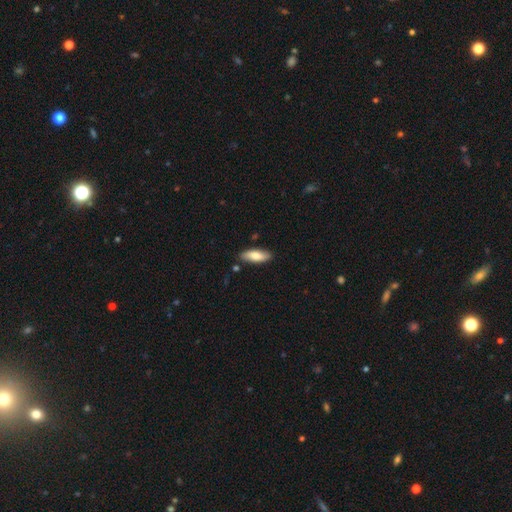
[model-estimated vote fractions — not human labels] Q: Smooth or featured?
A: smooth (77%); runner-up: featured or disk (17%)
Q: How rounded?
A: in between (68%); runner-up: cigar-shaped (30%)
Q: Merging?
A: none (84%); runner-up: minor disturbance (12%)